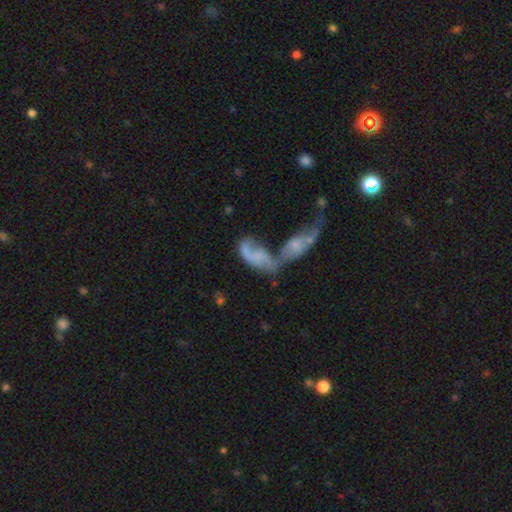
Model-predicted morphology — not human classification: featured or disk 46%, smooth 42%, star or artifact 12%. Down the decision tree: merging — merger (70%).